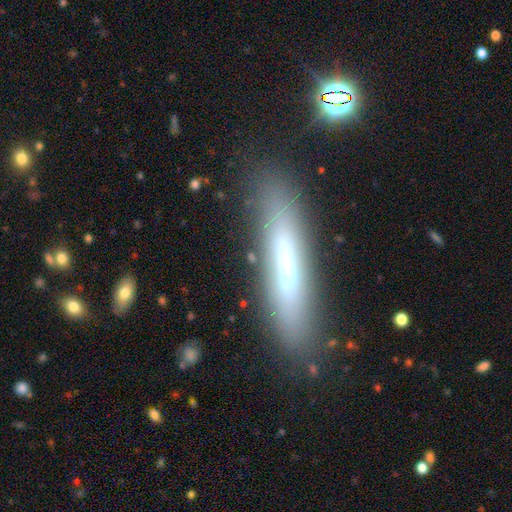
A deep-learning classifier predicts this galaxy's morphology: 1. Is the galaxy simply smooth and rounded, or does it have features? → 47% smooth, 41% featured or disk, 12% star or artifact.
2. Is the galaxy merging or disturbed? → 81% none, 13% minor disturbance, 4% major disturbance, 3% merger.